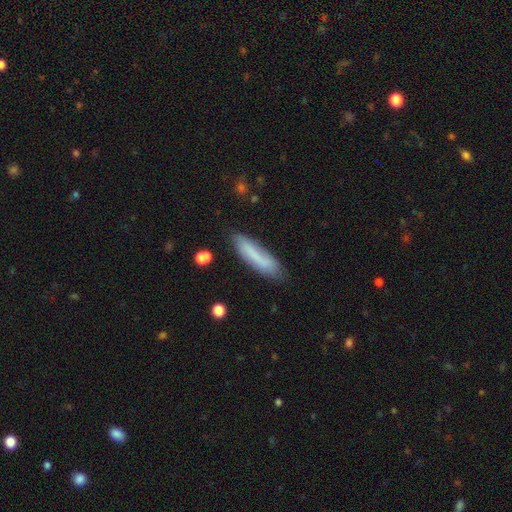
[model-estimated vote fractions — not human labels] Smooth or featured: smooth — 70% (featured or disk — 22%)
How rounded: cigar-shaped — 73% (in between — 25%)
Merging: none — 70% (minor disturbance — 21%)